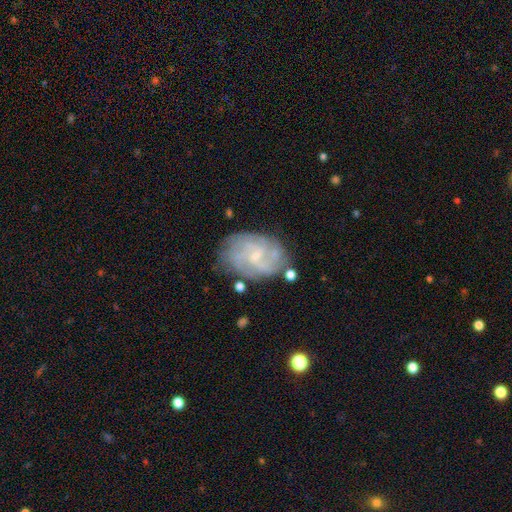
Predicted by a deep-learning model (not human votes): smooth-or-featured: featured or disk: 75% | smooth: 18% | star or artifact: 8%
  disk-edge-on: no: 97% | yes: 3%
    bar: no: 56% | weak: 38% | strong: 6%
    has-spiral-arms: yes: 87% | no: 13%
      spiral-winding: tight: 48% | medium: 36% | loose: 15%
      spiral-arm-count: can't tell: 43% | 4: 18% | 3: 14% | 2: 13% | more than 4: 7% | 1: 5%
    bulge-size: small: 74% | moderate: 18% | none: 6% | large: 1% | dominant: 1%
  merging: none: 70% | minor disturbance: 19% | major disturbance: 7% | merger: 3%